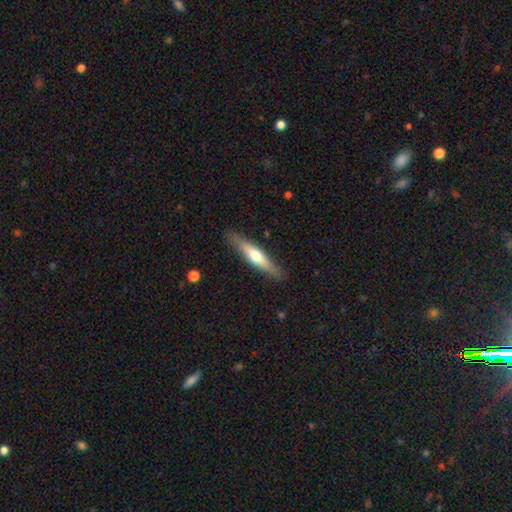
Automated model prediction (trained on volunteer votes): This appears to be a featured or disk galaxy (51%) viewed edge-on (92%). Merging: none (88%).